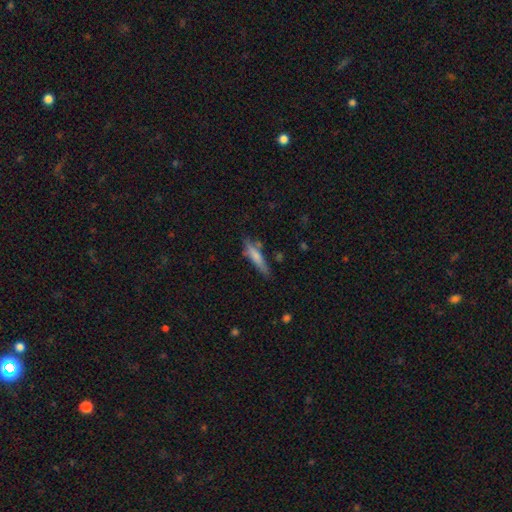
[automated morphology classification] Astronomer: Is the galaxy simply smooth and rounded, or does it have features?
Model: smooth — 67%.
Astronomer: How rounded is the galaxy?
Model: cigar-shaped — 85%.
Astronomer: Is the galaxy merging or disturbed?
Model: none — 69%.